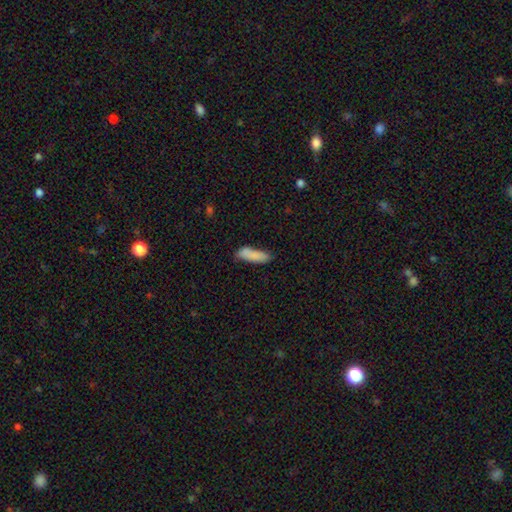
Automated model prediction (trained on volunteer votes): Smooth or featured: smooth — 85% (featured or disk — 8%)
How rounded: cigar-shaped — 51% (in between — 47%)
Merging: none — 66% (minor disturbance — 24%)